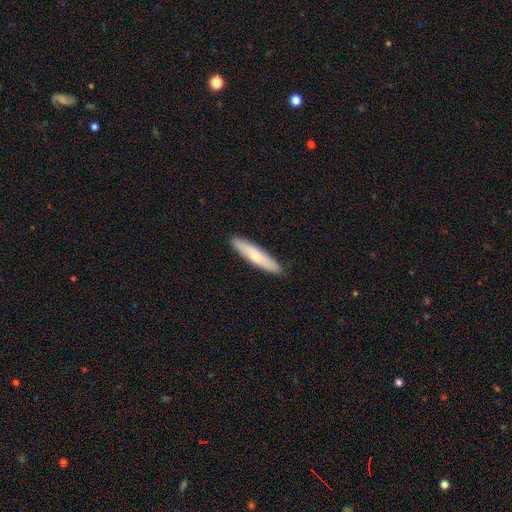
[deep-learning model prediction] Morphology: type=smooth (62%); roundness=cigar-shaped (84%); merging=none (90%).